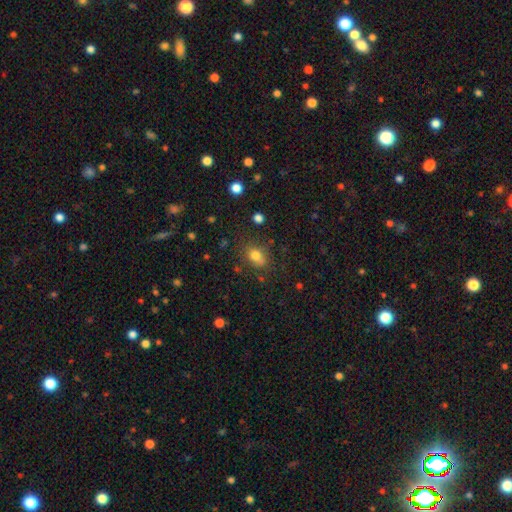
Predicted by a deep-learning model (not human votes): Smooth or featured?
  - smooth: 77% *
  - star or artifact: 13%
  - featured or disk: 10%
How rounded?
  - in between: 56% *
  - round: 43%
  - cigar-shaped: 1%
Merging?
  - none: 67% *
  - minor disturbance: 18%
  - merger: 9%
  - major disturbance: 6%